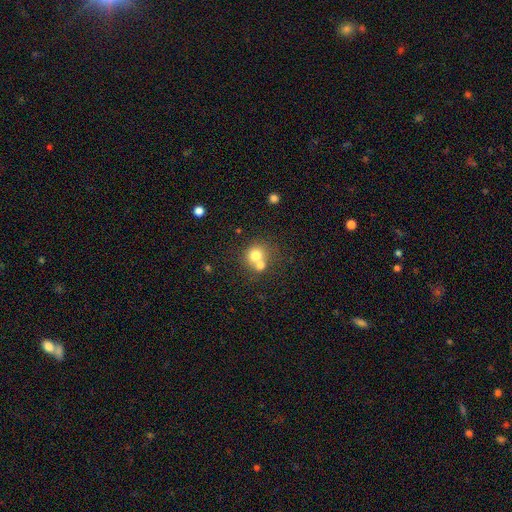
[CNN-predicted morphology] This appears to be a smooth galaxy with no disk features (73%) that is round (84%). Merging: merger (51%).